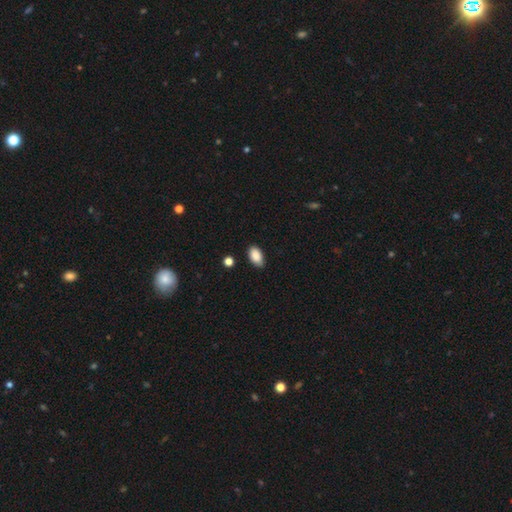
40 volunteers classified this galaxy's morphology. A smooth galaxy with no disk features (92%) that is in between round and cigar-shaped (95%).

Vote fractions:
- Smooth or featured? smooth: 92% / star or artifact: 5% / featured or disk: 2%
- How rounded? in between: 95% / round: 5% / cigar-shaped: 0%
- Merging? none: 74% / minor disturbance: 21% / major disturbance: 3% / merger: 3%